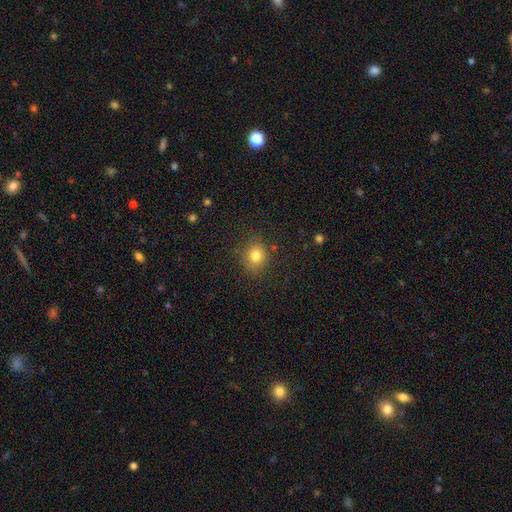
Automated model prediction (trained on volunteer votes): Smooth or featured?
  - smooth: 80% *
  - star or artifact: 13%
  - featured or disk: 7%
How rounded?
  - round: 73% *
  - in between: 26%
  - cigar-shaped: 1%
Merging?
  - none: 84% *
  - minor disturbance: 11%
  - major disturbance: 3%
  - merger: 2%